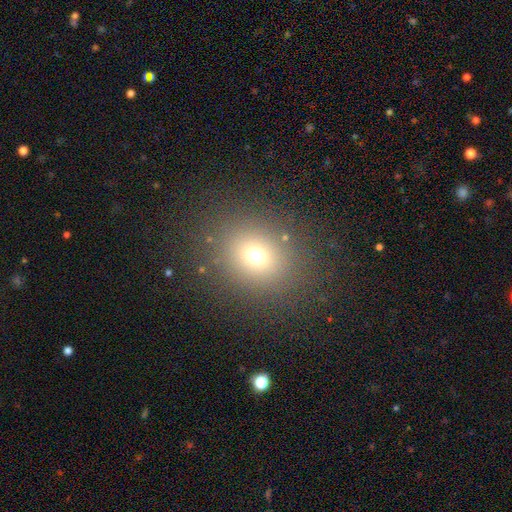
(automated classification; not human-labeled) This is likely a smooth galaxy (69%). How rounded: likely round (71%). Merging: clearly none (84%).